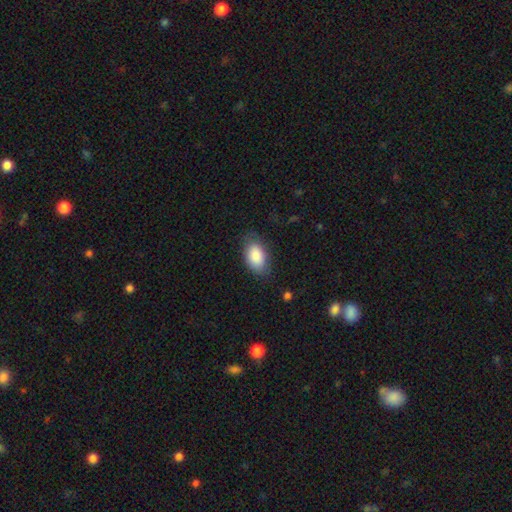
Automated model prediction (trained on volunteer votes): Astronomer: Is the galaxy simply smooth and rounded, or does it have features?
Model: smooth — 86%.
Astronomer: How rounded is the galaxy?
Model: in between — 93%.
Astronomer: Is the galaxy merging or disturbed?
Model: none — 75%.